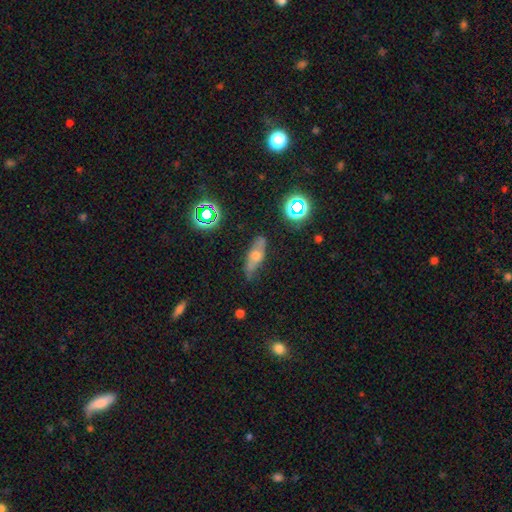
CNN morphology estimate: Smooth or featured: smooth — 45% (featured or disk — 39%)
Merging: none — 71% (minor disturbance — 22%)